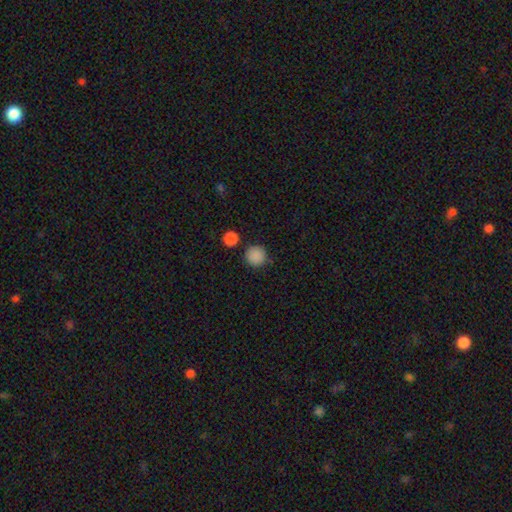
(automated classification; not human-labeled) A smooth galaxy with no disk features (87%) that is round (94%).

Vote fractions:
- Smooth or featured? smooth: 87% / star or artifact: 10% / featured or disk: 3%
- How rounded? round: 94% / in between: 5% / cigar-shaped: 1%
- Merging? none: 84% / minor disturbance: 9% / merger: 5% / major disturbance: 3%